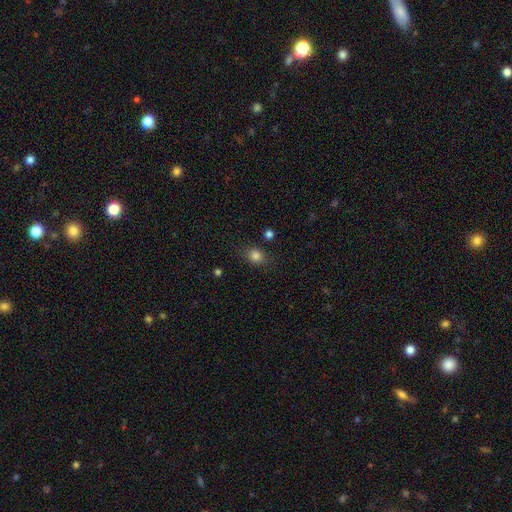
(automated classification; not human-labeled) The model was most divided on "how rounded": round: 60%, in between: 39%, cigar-shaped: 1%. More confident: smooth or featured — smooth (82%); merging — none (81%).